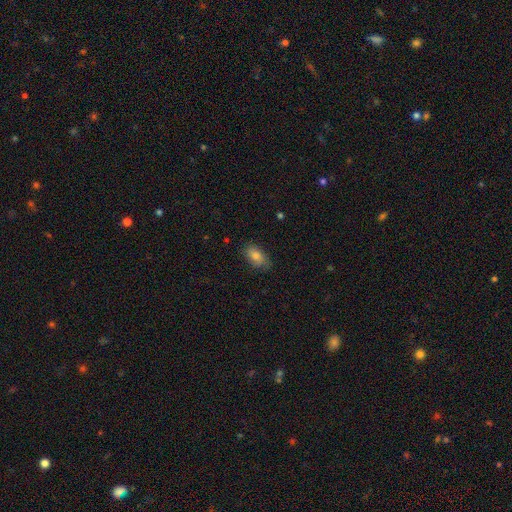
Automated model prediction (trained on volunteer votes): smooth 78%, featured or disk 13%, star or artifact 9%. Down the decision tree: how rounded — in between (90%); merging — none (79%).